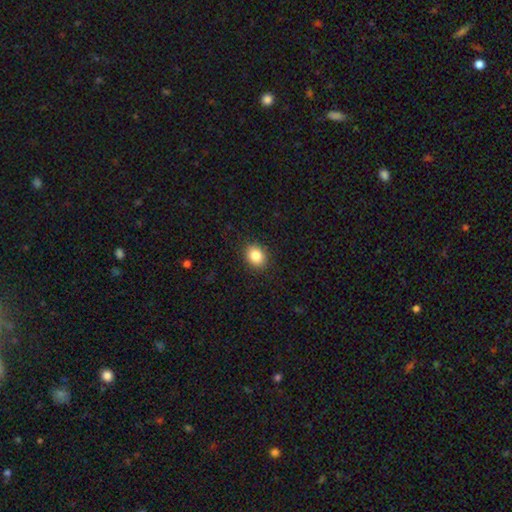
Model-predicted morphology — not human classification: This appears to be a smooth galaxy with no disk features (86%) that is round (52%). Merging: none (89%).